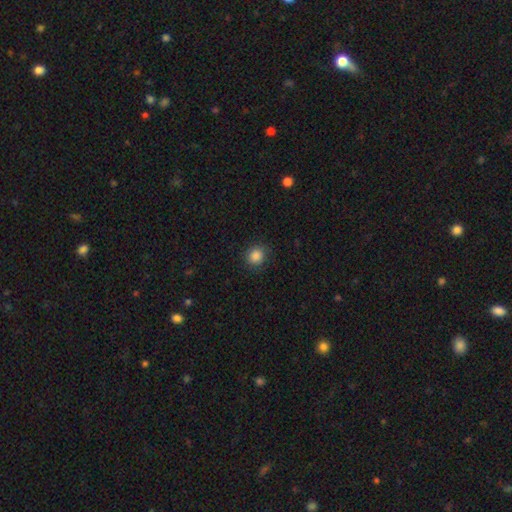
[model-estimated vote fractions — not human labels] This appears to be a smooth galaxy with no disk features (86%) that is round (84%). Merging: none (88%).